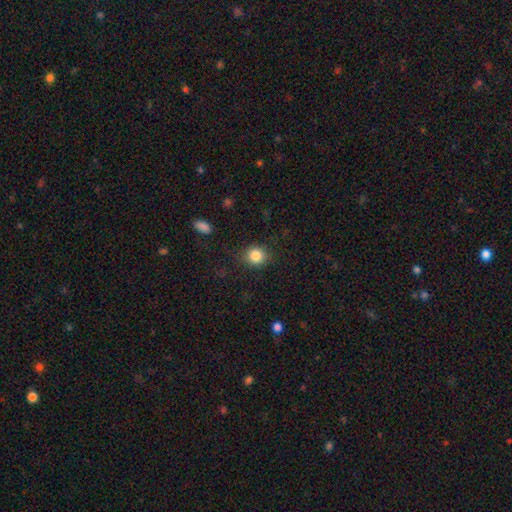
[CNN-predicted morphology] Q: Smooth or featured?
A: smooth (85%); runner-up: star or artifact (10%)
Q: How rounded?
A: round (85%); runner-up: in between (15%)
Q: Merging?
A: none (85%); runner-up: minor disturbance (10%)